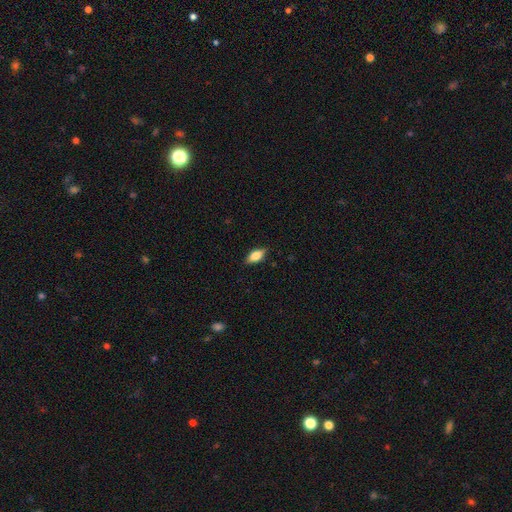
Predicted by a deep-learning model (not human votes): smooth 67%, featured or disk 26%, star or artifact 8%. Down the decision tree: how rounded — in between (81%); merging — none (84%).